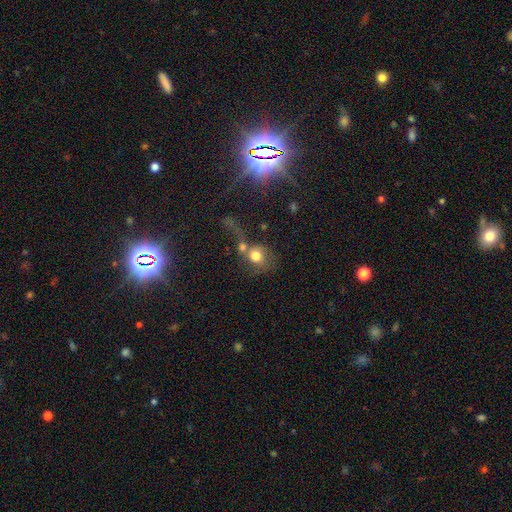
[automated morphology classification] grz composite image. It shows a smooth galaxy with no disk features (70%) that is round (67%). Merging: merger (50%).